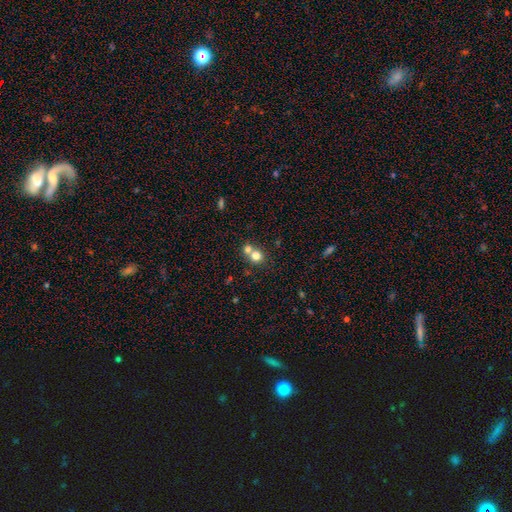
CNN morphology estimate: smooth_or_featured: smooth (p=0.76) [alt: star or artifact p=0.12]
how_rounded: round (p=0.85) [alt: in between p=0.14]
merging: merger (p=0.49) [alt: none p=0.43]